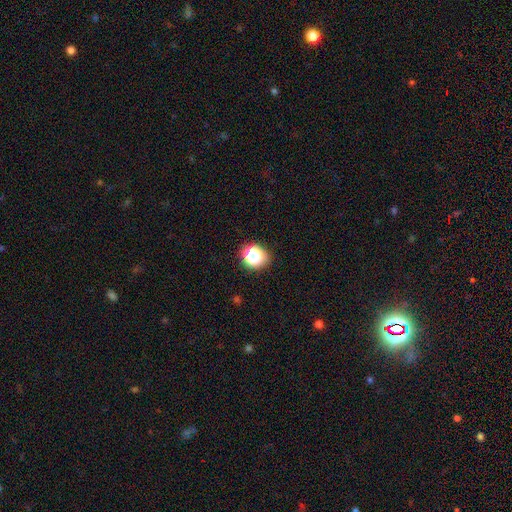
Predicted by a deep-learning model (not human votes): Smooth or featured? smooth (75%)
How rounded? round (81%)
Merging? none (81%)